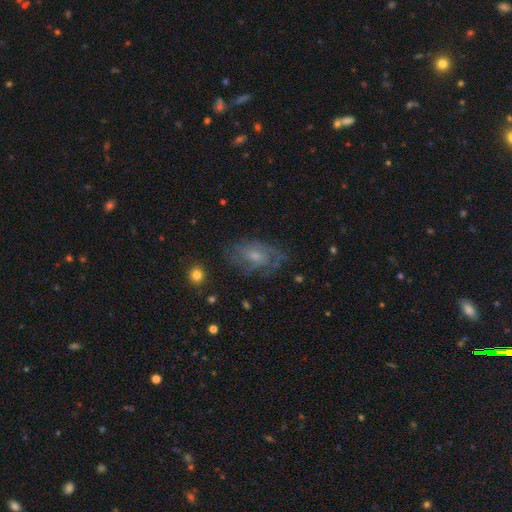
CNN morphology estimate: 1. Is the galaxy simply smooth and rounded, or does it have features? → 60% featured or disk, 29% smooth, 11% star or artifact.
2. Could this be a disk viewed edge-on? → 94% no, 6% yes.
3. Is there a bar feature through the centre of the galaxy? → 72% no, 24% weak, 3% strong.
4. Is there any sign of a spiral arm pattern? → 76% yes, 24% no.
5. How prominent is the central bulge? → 46% small, 42% moderate, 6% none, 4% large, 1% dominant.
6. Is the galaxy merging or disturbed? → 62% none, 23% minor disturbance, 14% major disturbance, 2% merger.